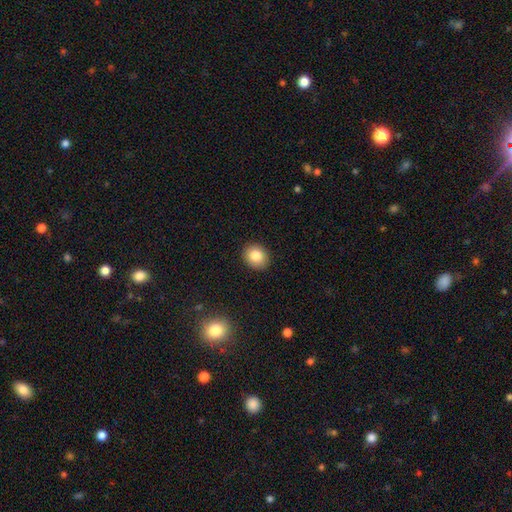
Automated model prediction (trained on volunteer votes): The model was most divided on "how rounded": round: 59%, in between: 40%, cigar-shaped: 1%. More confident: merging — none (90%); smooth or featured — smooth (84%).